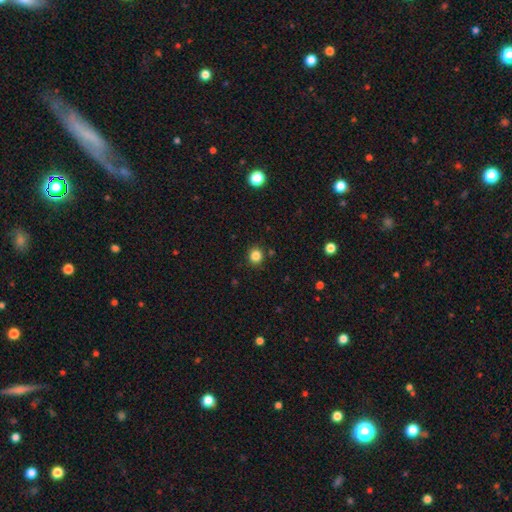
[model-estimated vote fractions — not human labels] smooth_or_featured: smooth (p=0.84) [alt: star or artifact p=0.12]
how_rounded: round (p=0.89) [alt: in between p=0.11]
merging: none (p=0.89) [alt: minor disturbance p=0.07]